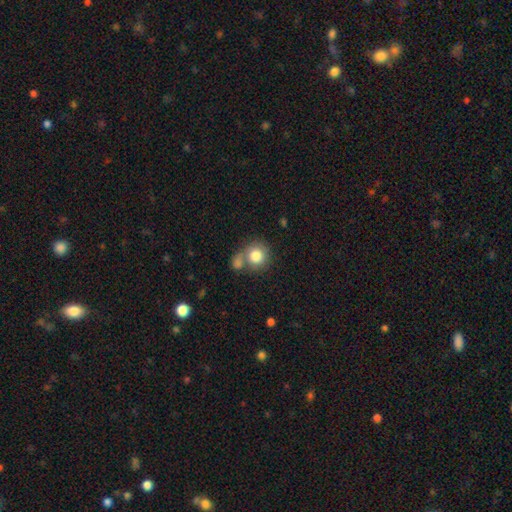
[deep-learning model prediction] Smooth or featured: smooth — 81% (featured or disk — 11%)
How rounded: round — 85% (in between — 14%)
Merging: none — 42% (merger — 41%)